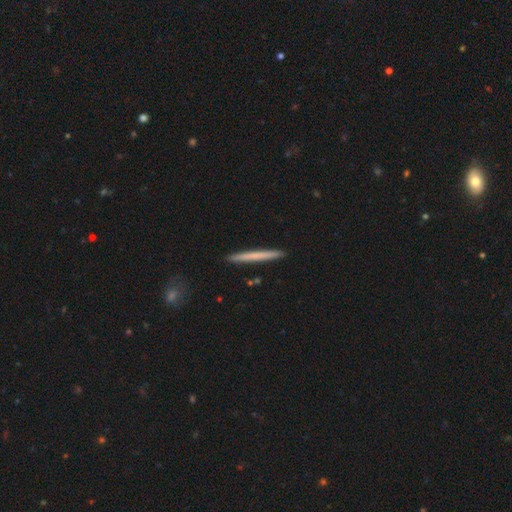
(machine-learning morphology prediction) Smooth or featured?
  - smooth: 61% *
  - featured or disk: 33%
  - star or artifact: 5%
How rounded?
  - cigar-shaped: 97% *
  - in between: 1%
  - round: 1%
Merging?
  - none: 92% *
  - minor disturbance: 5%
  - merger: 1%
  - major disturbance: 1%